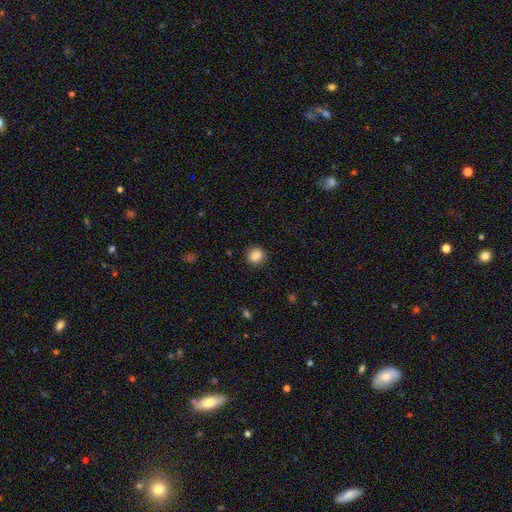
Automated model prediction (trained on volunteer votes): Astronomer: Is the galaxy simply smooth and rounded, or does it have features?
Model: smooth — 87%.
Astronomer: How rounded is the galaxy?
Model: round — 74%.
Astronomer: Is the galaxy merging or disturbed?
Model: none — 88%.